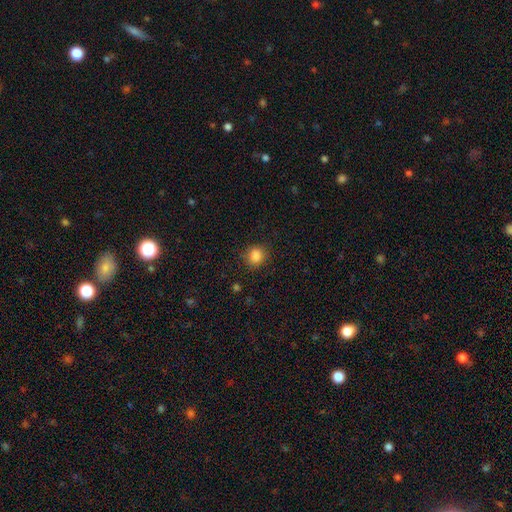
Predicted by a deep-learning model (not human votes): A smooth galaxy with no disk features (86%) that is round (79%).

Vote fractions:
- Smooth or featured? smooth: 86% / star or artifact: 11% / featured or disk: 3%
- How rounded? round: 79% / in between: 20% / cigar-shaped: 1%
- Merging? none: 83% / minor disturbance: 12% / major disturbance: 4% / merger: 1%